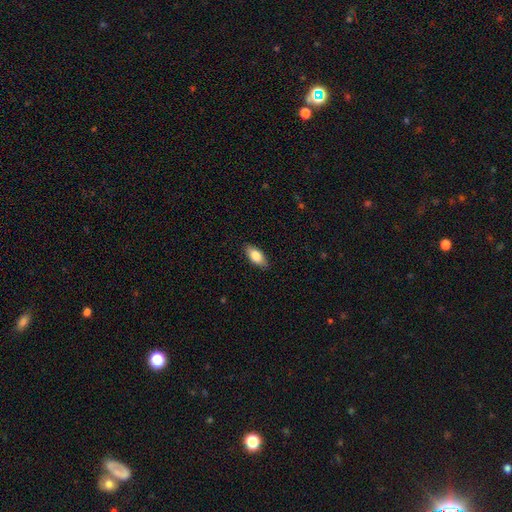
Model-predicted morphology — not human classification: smooth_or_featured: smooth (p=0.80) [alt: featured or disk p=0.14]
how_rounded: in between (p=0.86) [alt: cigar-shaped p=0.11]
merging: none (p=0.87) [alt: minor disturbance p=0.10]